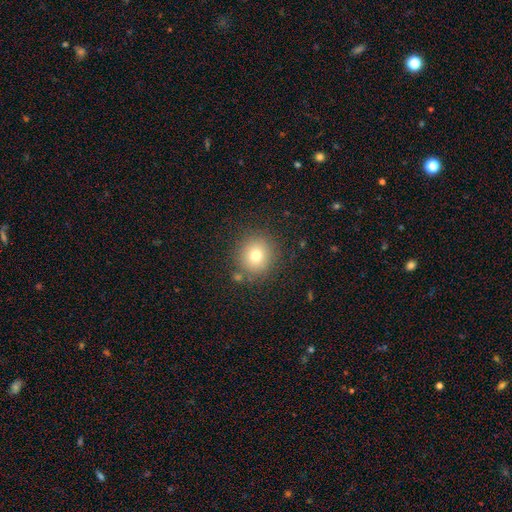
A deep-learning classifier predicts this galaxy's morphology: Smooth or featured? smooth (75%)
How rounded? round (91%)
Merging? none (85%)